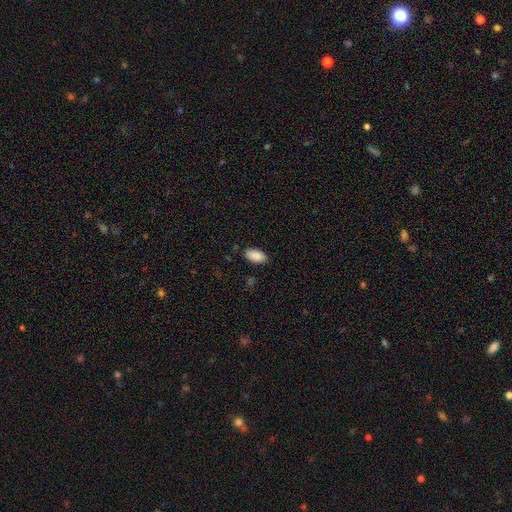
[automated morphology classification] Q: Smooth or featured?
A: smooth (89%); runner-up: star or artifact (7%)
Q: How rounded?
A: in between (94%); runner-up: cigar-shaped (3%)
Q: Merging?
A: none (86%); runner-up: minor disturbance (10%)